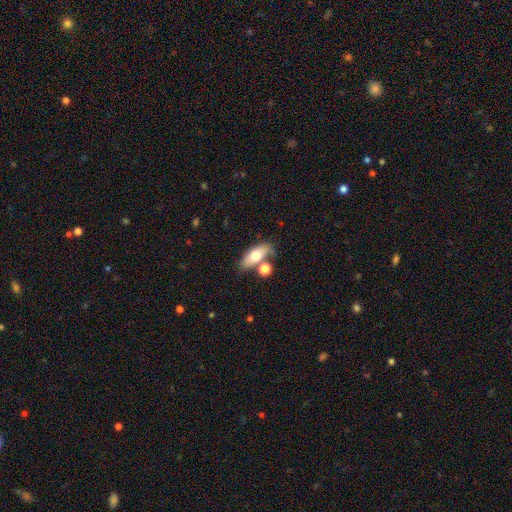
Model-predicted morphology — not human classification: Q: Smooth or featured?
A: smooth (64%); runner-up: featured or disk (29%)
Q: How rounded?
A: in between (73%); runner-up: cigar-shaped (21%)
Q: Merging?
A: none (56%); runner-up: merger (23%)